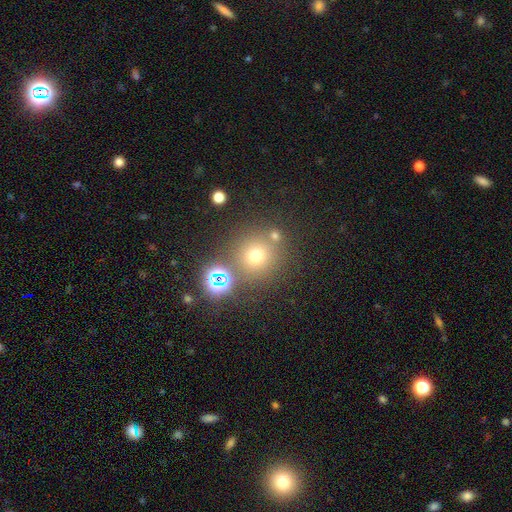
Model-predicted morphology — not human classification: Smooth or featured? Predicted: smooth (p=0.64). How rounded? Predicted: round (p=0.92). Merging? Predicted: none (p=0.75).